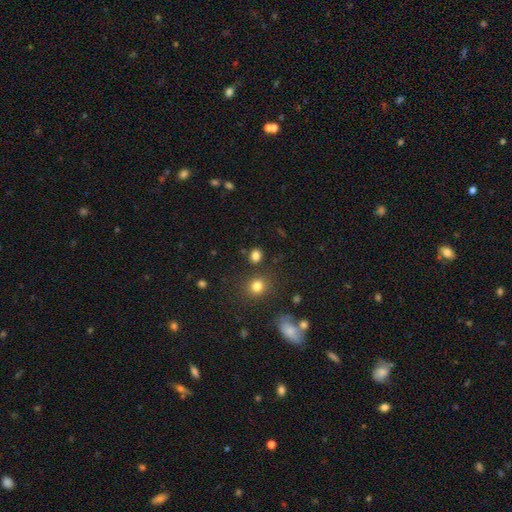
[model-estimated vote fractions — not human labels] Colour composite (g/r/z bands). It shows a smooth galaxy with no disk features (81%) that is round (62%). Merging: none (82%).